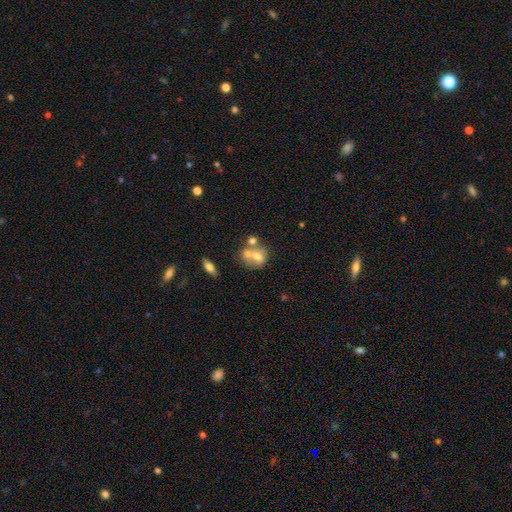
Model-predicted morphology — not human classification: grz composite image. It shows a smooth galaxy with no disk features (61%) that is in between round and cigar-shaped (50%). Merging: merger (53%).